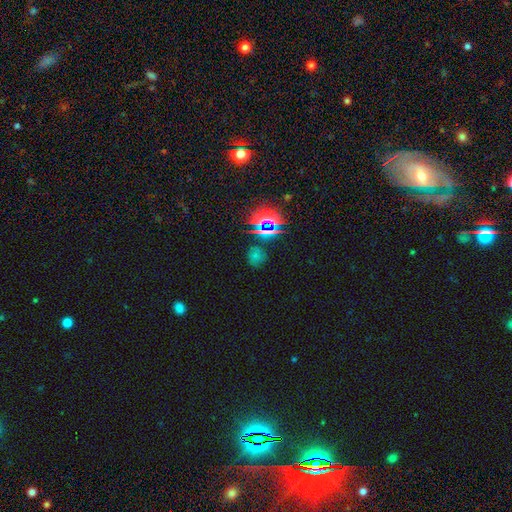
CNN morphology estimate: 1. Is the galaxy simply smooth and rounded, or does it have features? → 49% smooth, 43% star or artifact, 8% featured or disk.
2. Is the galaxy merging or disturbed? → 78% none, 13% minor disturbance, 5% major disturbance, 4% merger.